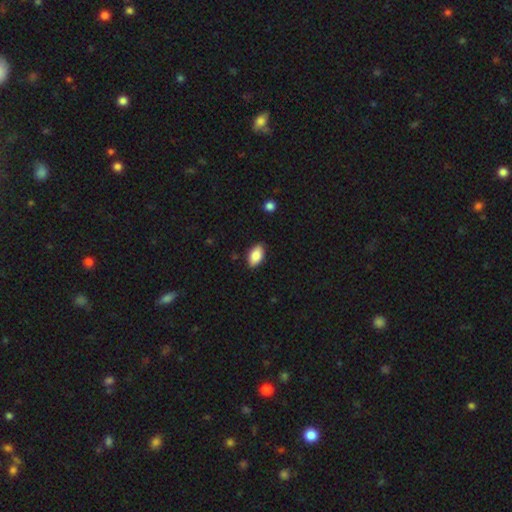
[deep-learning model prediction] A smooth galaxy with no disk features (85%) that is in between round and cigar-shaped (93%). Merging: none (85%).